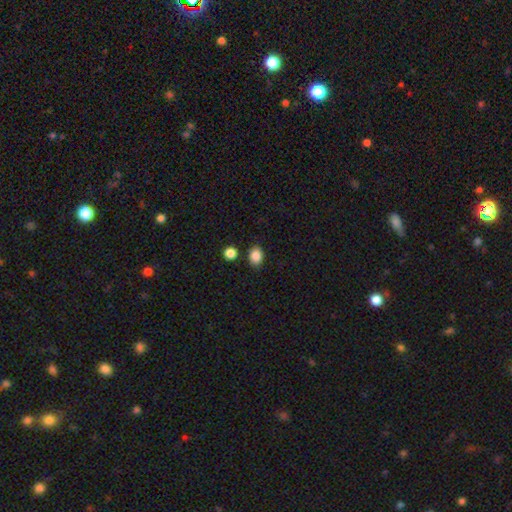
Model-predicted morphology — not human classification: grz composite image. It shows a smooth galaxy with no disk features (86%) that is in between round and cigar-shaped (58%). Merging: none (84%).